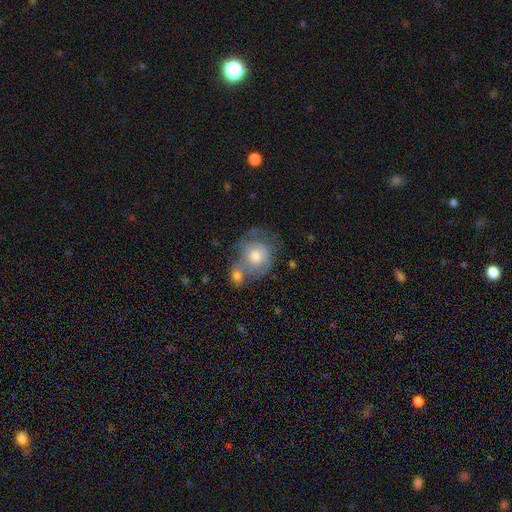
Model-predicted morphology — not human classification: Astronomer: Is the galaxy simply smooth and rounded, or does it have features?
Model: featured or disk — 56% (runner-up: smooth, 36%).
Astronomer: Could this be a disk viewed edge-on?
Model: no — 97%.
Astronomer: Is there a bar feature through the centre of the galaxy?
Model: no — 81%.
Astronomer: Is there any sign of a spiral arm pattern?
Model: yes — 75%.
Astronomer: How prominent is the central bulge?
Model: moderate — 65%.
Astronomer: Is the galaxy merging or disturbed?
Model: none — 37% (runner-up: merger, 29%).